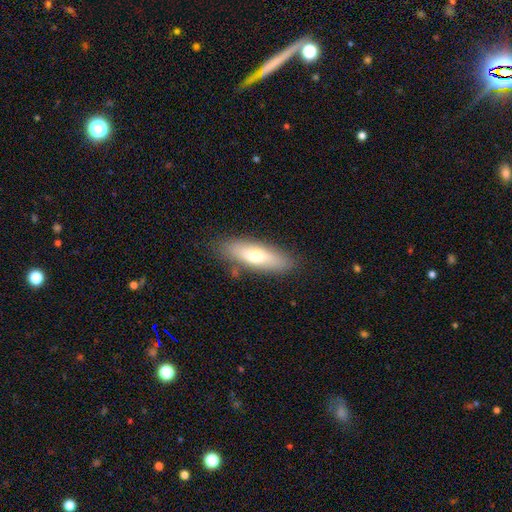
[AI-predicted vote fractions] Q: Smooth or featured?
A: smooth (64%); runner-up: featured or disk (29%)
Q: How rounded?
A: in between (53%); runner-up: cigar-shaped (45%)
Q: Merging?
A: none (83%); runner-up: minor disturbance (12%)